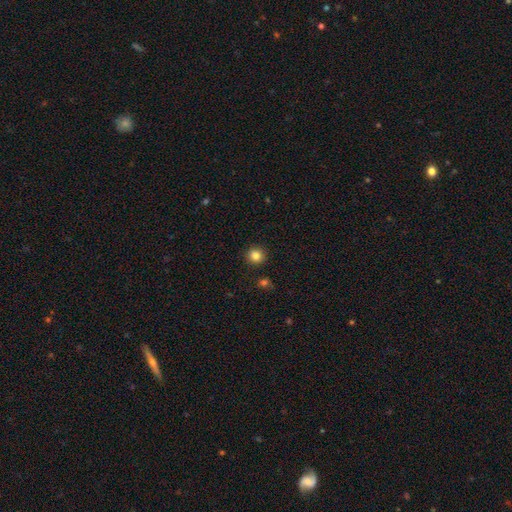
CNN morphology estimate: Overall: smooth (84%). How rounded: round (90%). Merging: none (91%).